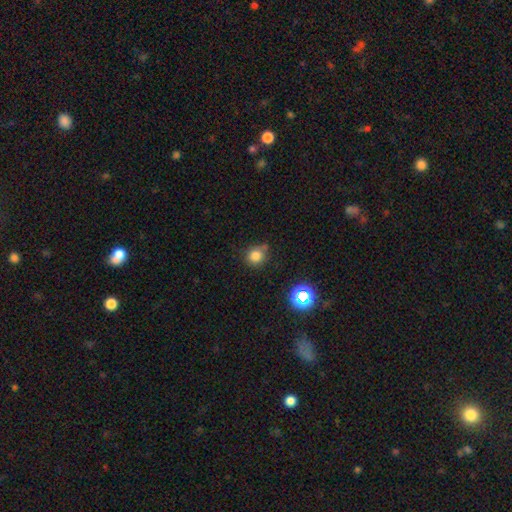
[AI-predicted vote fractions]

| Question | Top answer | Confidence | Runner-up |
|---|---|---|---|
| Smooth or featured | smooth | 79% | star or artifact (15%) |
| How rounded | round | 85% | in between (14%) |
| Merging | none | 67% | minor disturbance (21%) |